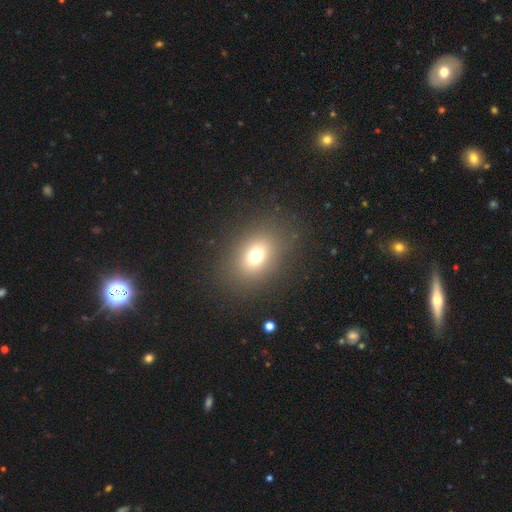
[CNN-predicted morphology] A smooth galaxy with no disk features (70%) that is in between round and cigar-shaped (63%). Merging: none (84%).